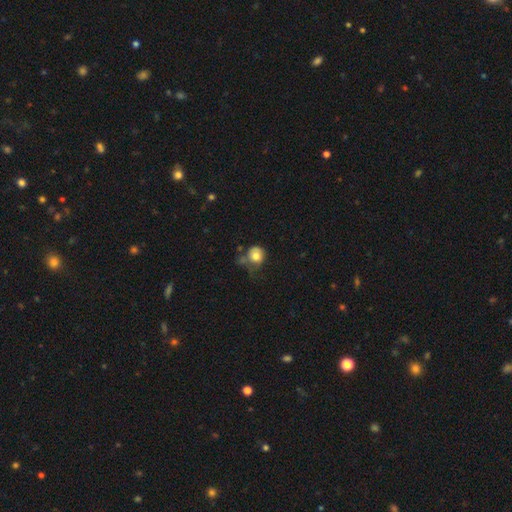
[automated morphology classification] This is likely a smooth galaxy (76%). How rounded: clearly round (81%). Merging: marginally none (40%).